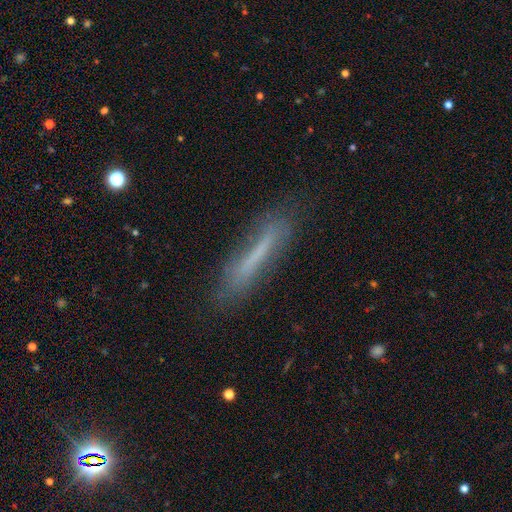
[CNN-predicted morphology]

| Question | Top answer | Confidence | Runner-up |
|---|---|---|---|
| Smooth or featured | smooth | 53% | featured or disk (36%) |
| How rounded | cigar-shaped | 92% | in between (7%) |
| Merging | none | 75% | minor disturbance (17%) |